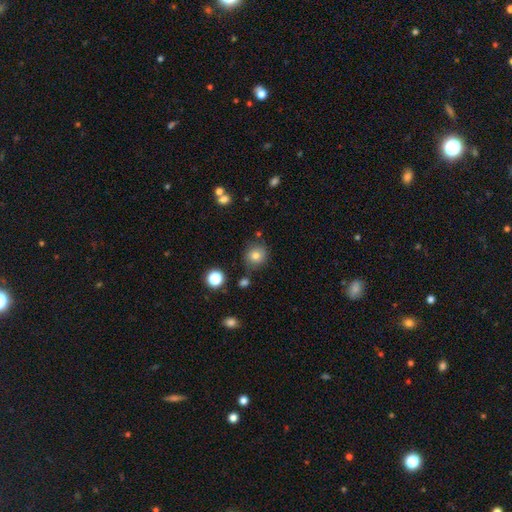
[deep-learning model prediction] smooth_or_featured: smooth (p=0.78) [alt: star or artifact p=0.13]
how_rounded: round (p=0.89) [alt: in between p=0.10]
merging: none (p=0.79) [alt: minor disturbance p=0.13]